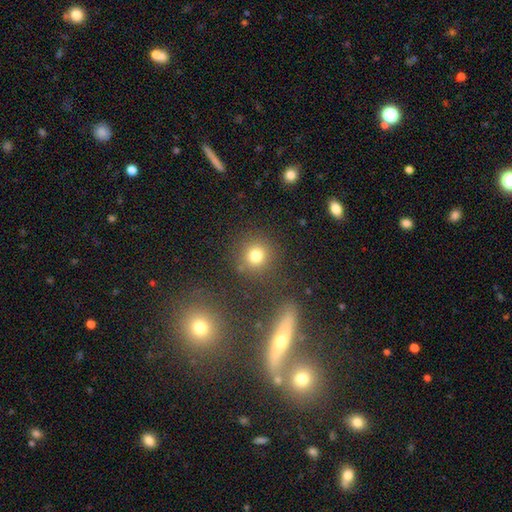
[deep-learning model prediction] Smooth or featured? Predicted: smooth (p=0.76). How rounded? Predicted: round (p=0.91). Merging? Predicted: none (p=0.80).